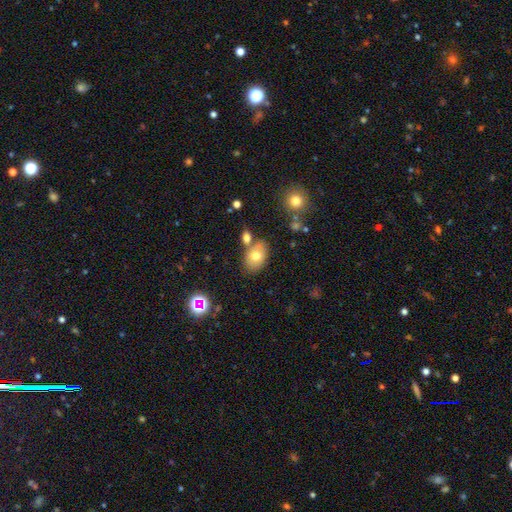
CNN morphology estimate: smooth 73%, featured or disk 18%, star or artifact 9%. Down the decision tree: how rounded — in between (84%); merging — none (65%).